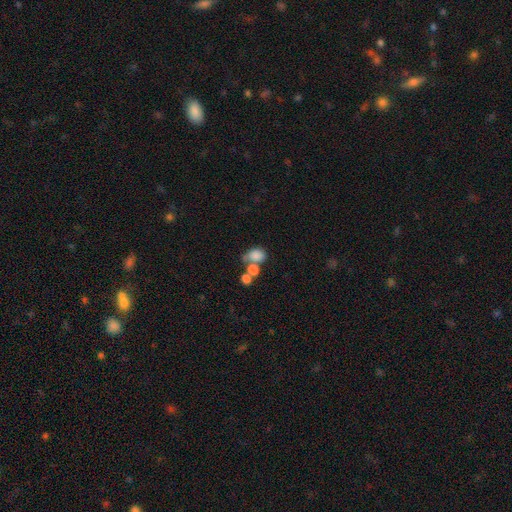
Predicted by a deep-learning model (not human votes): Morphology: type=smooth (78%); roundness=in between (71%); merging=merger (46%).